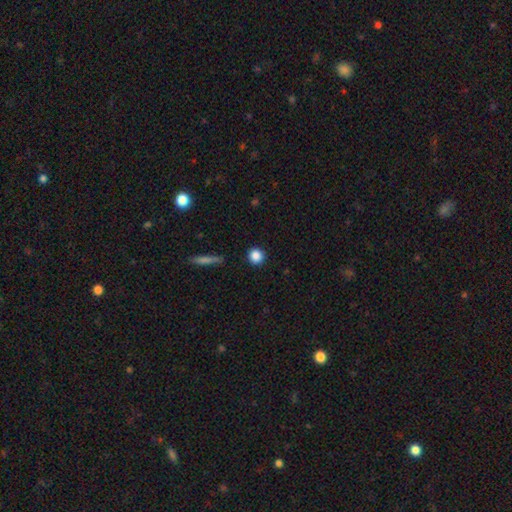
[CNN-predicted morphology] smooth_or_featured: smooth (p=0.86) [alt: star or artifact p=0.09]
how_rounded: round (p=0.92) [alt: in between p=0.06]
merging: none (p=0.91) [alt: minor disturbance p=0.06]